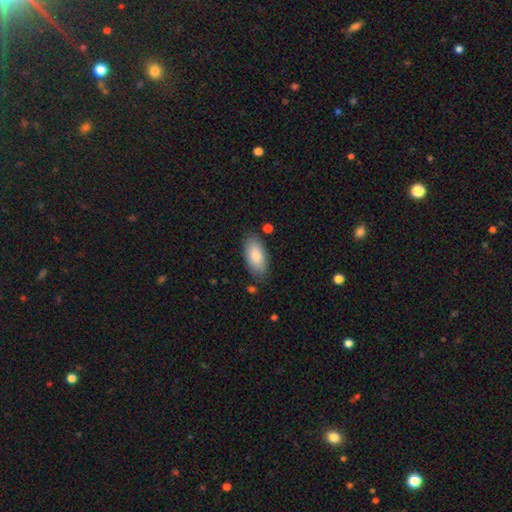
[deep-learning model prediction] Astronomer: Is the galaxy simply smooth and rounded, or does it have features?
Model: smooth — 85%.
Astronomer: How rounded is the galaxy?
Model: in between — 92%.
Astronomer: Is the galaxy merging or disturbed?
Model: none — 80%.